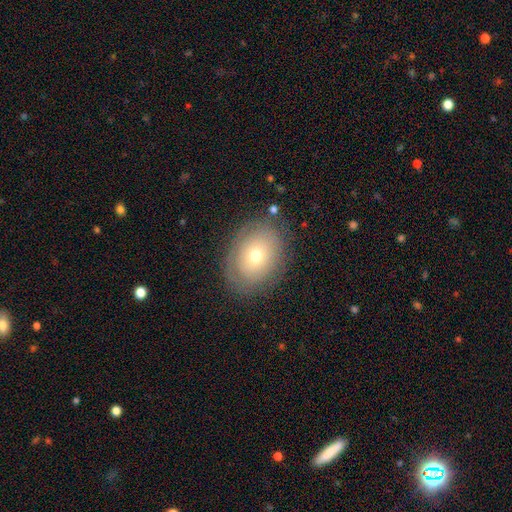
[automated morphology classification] This is possibly a smooth galaxy (57%). How rounded: likely in between (66%). Merging: likely none (80%).